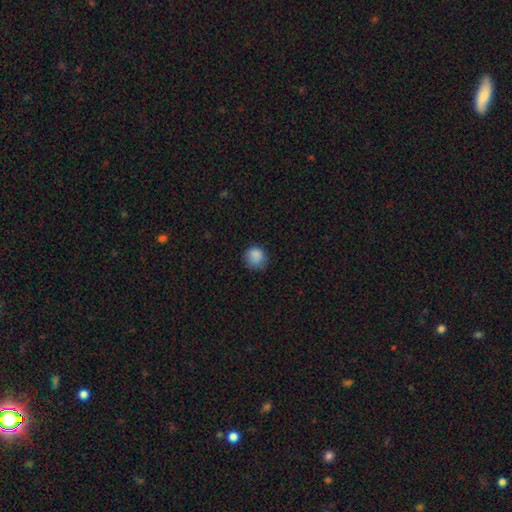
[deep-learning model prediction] This appears to be a smooth galaxy with no disk features (86%) that is round (85%). Merging: none (73%).